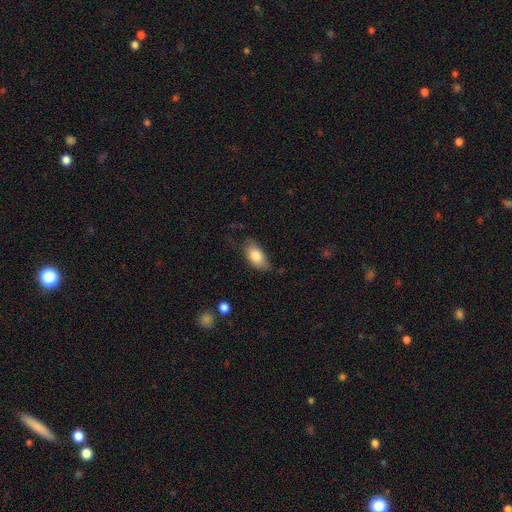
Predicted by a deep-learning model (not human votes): Smooth or featured? Predicted: smooth (p=0.82). How rounded? Predicted: in between (p=0.92). Merging? Predicted: none (p=0.60).